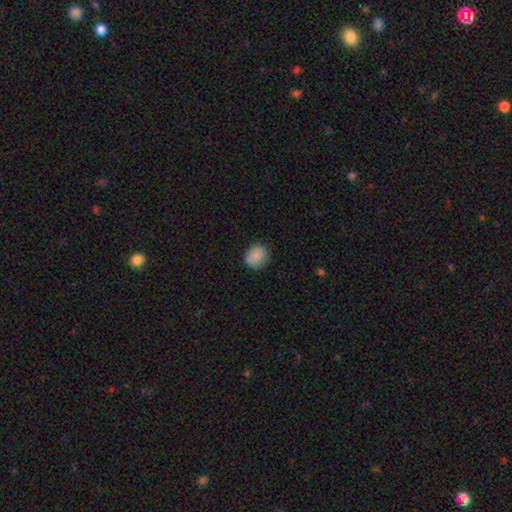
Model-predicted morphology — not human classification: Smooth or featured? Predicted: smooth (p=0.86). How rounded? Predicted: round (p=0.79). Merging? Predicted: none (p=0.79).